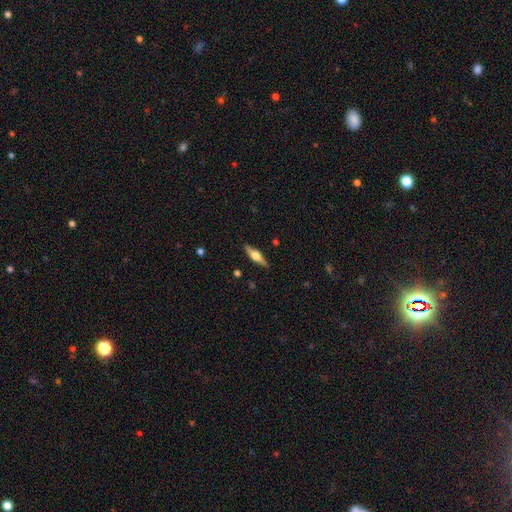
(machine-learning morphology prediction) This is likely a featured or disk galaxy (68%). It is clearly viewed edge-on (97%). Edge-on bulge: clearly rounded (93%). Merging: clearly none (89%).